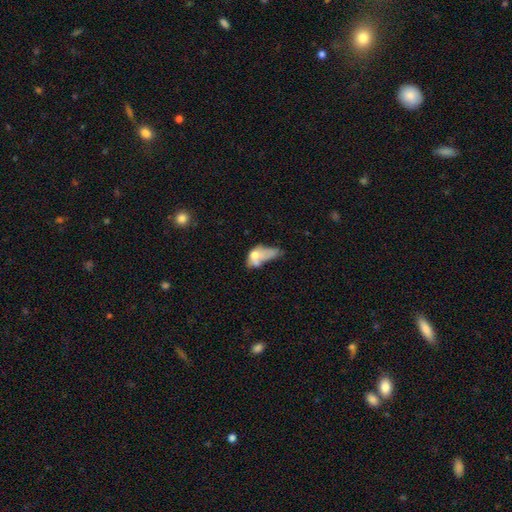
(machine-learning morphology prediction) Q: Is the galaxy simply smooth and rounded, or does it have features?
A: smooth — 55%.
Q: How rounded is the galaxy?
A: in between — 80%.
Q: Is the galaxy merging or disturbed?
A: major disturbance — 37%.